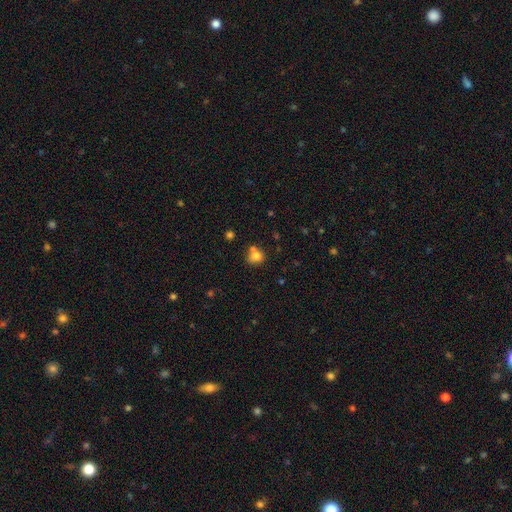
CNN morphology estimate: This appears to be a smooth galaxy with no disk features (77%) that is round (74%). Merging: none (50%).